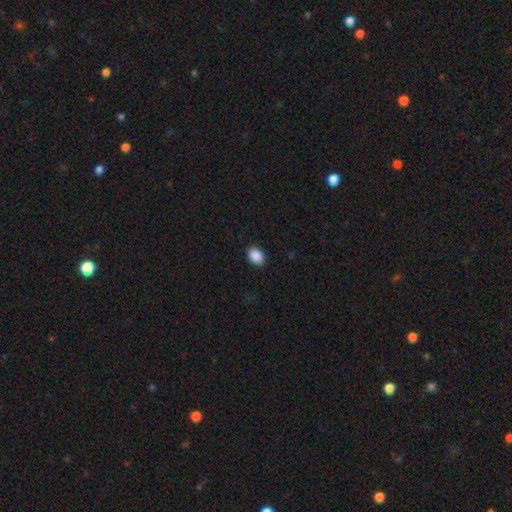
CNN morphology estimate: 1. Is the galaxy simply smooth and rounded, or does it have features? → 90% smooth, 8% star or artifact, 2% featured or disk.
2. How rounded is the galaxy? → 74% in between, 25% round, 1% cigar-shaped.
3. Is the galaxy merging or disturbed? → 90% none, 7% minor disturbance, 2% major disturbance, 1% merger.